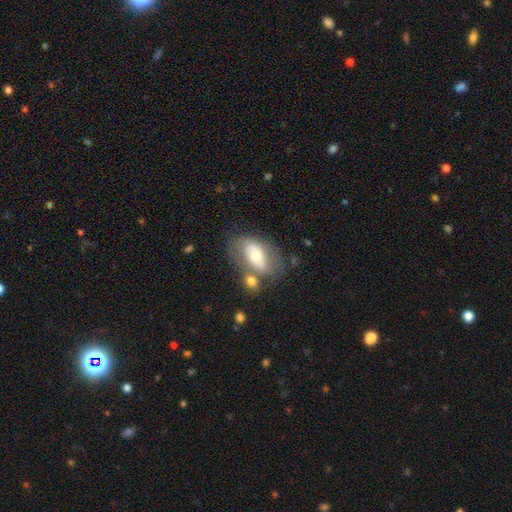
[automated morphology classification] Smooth or featured? smooth (51%)
How rounded? in between (88%)
Merging? none (54%)